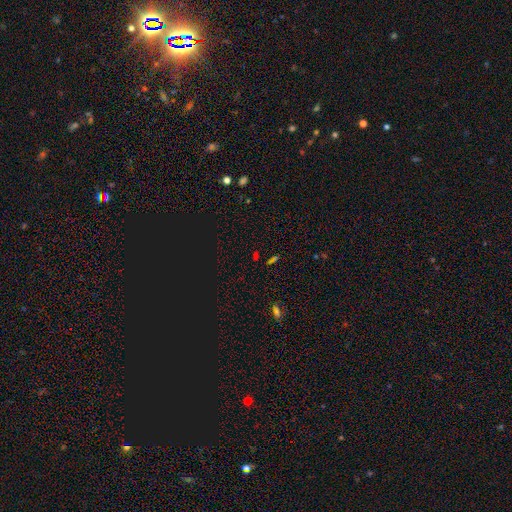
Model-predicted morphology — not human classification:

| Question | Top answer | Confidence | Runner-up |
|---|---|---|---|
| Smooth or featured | star or artifact | 62% | smooth (29%) |